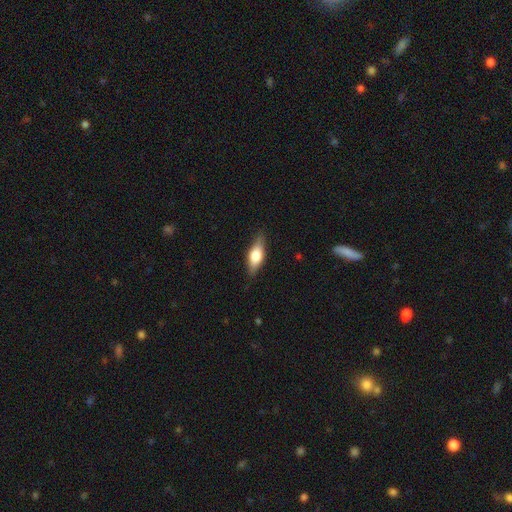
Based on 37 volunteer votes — Q: Smooth or featured?
A: smooth (51%); runner-up: featured or disk (41%)
Q: How rounded?
A: in between (58%); runner-up: cigar-shaped (32%)
Q: Merging?
A: none (59%); runner-up: minor disturbance (38%)